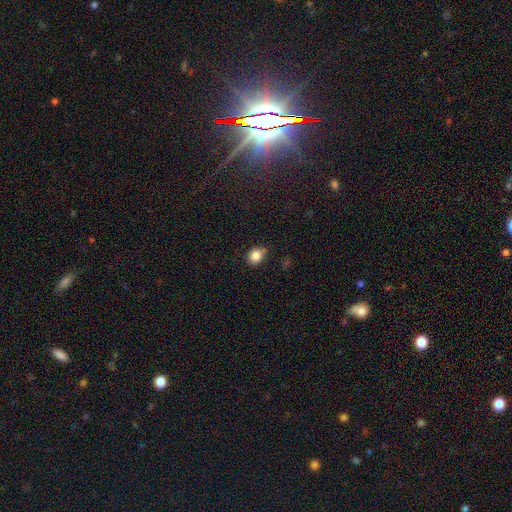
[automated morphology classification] This appears to be a smooth galaxy with no disk features (85%) that is round (64%). Merging: none (79%).